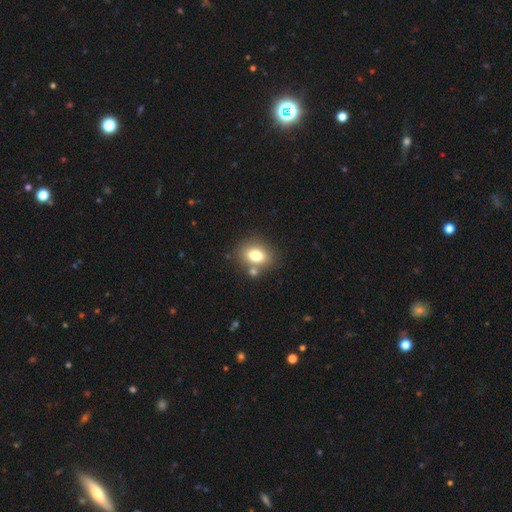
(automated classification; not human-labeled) A smooth galaxy with no disk features (77%) that is in between round and cigar-shaped (70%).

Vote fractions:
- Smooth or featured? smooth: 77% / featured or disk: 13% / star or artifact: 10%
- How rounded? in between: 70% / round: 29% / cigar-shaped: 2%
- Merging? none: 69% / merger: 16% / minor disturbance: 12% / major disturbance: 4%